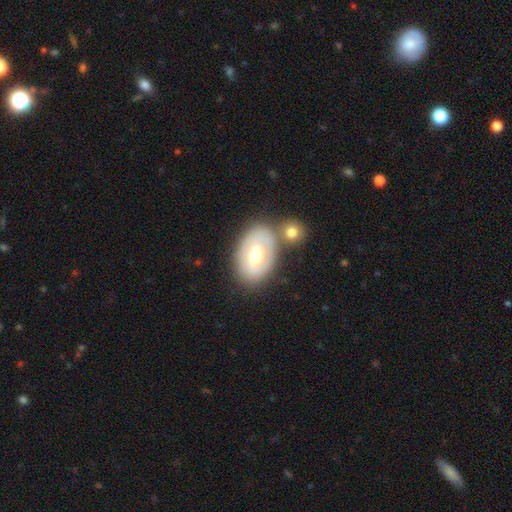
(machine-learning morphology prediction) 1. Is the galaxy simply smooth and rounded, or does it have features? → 49% featured or disk, 45% smooth, 6% star or artifact.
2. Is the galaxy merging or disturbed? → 58% none, 21% merger, 15% minor disturbance, 5% major disturbance.